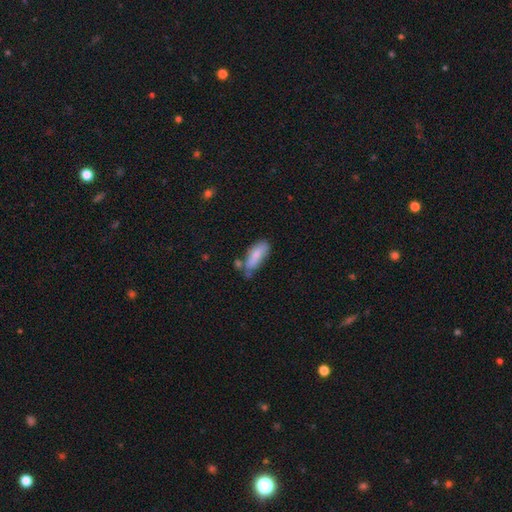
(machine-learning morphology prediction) smooth 79%, featured or disk 15%, star or artifact 7%. Down the decision tree: how rounded — in between (74%); merging — none (48%).